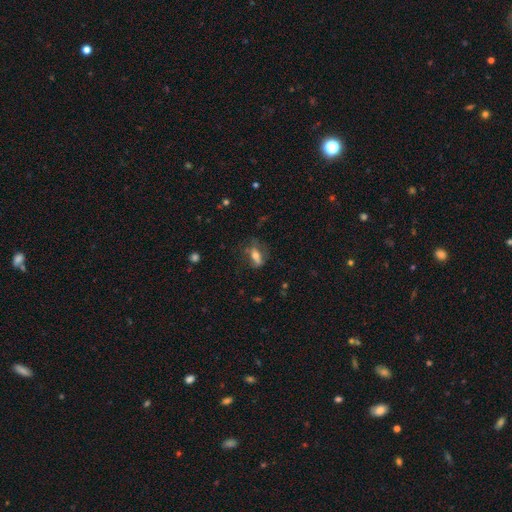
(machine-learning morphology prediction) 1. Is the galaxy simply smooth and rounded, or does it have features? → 51% smooth, 37% featured or disk, 12% star or artifact.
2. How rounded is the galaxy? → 68% in between, 20% cigar-shaped, 12% round.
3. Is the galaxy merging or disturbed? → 51% none, 24% minor disturbance, 21% major disturbance, 4% merger.